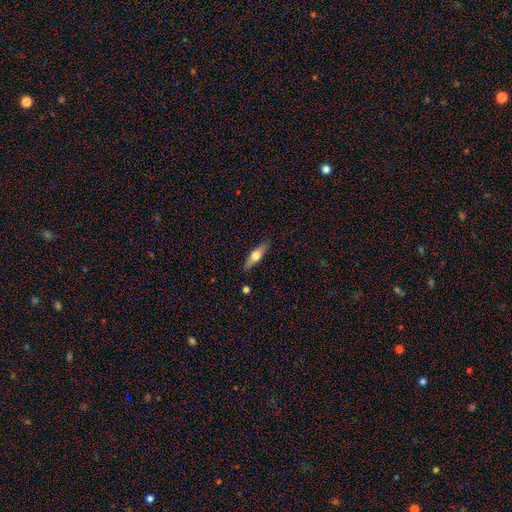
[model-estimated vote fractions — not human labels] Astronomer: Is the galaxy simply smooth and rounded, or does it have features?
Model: smooth — 55% (runner-up: featured or disk, 39%).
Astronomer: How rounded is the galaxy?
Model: cigar-shaped — 54% (runner-up: in between, 43%).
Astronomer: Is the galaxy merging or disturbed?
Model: none — 85%.